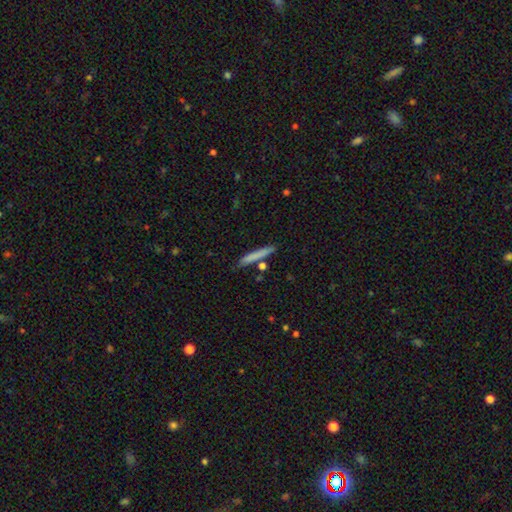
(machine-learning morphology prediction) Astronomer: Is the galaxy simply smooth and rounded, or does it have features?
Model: smooth — 74%.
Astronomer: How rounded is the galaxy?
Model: cigar-shaped — 95%.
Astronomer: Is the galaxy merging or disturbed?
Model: none — 82%.